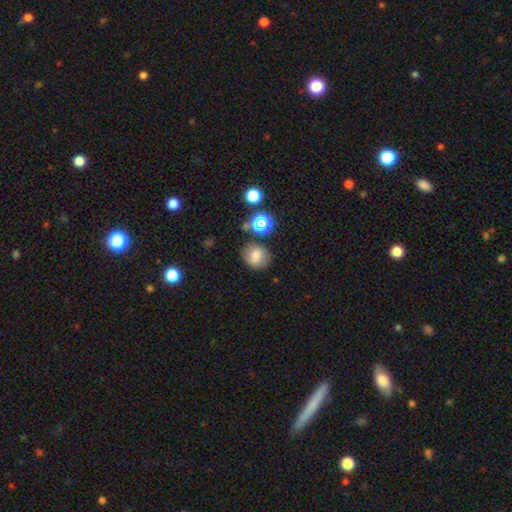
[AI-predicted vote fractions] Morphology: type=smooth (73%); roundness=round (72%); merging=none (77%).